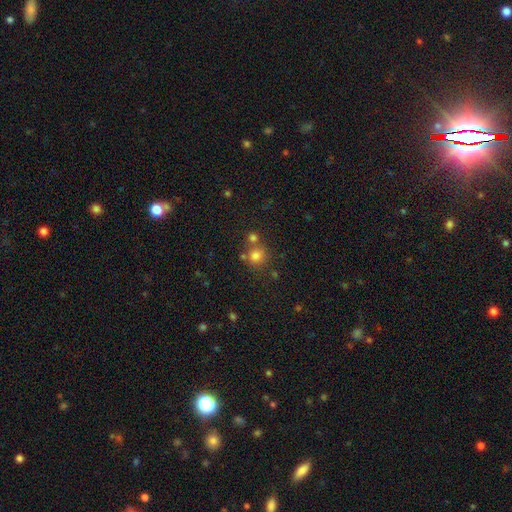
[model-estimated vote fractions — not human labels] Smooth or featured? Predicted: smooth (p=0.76). How rounded? Predicted: round (p=0.88). Merging? Predicted: none (p=0.63).